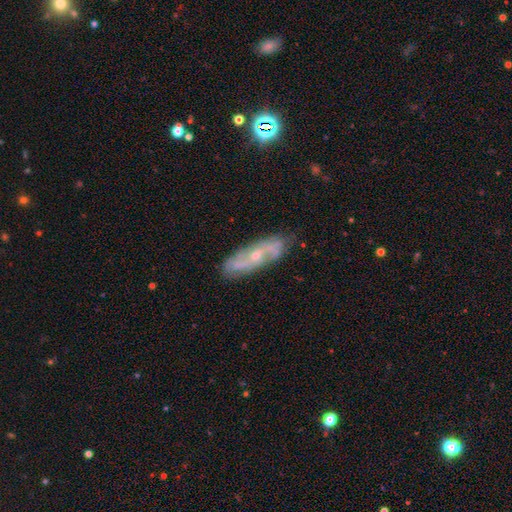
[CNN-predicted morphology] Overall: featured or disk (77%). Edge-on disk: no (80%). Bar: no (54%; weak 34%). Spiral arms: yes (89%). Spiral arm count: 2 (77%). Spiral winding: medium (41%; loose 37%). Bulge size: small (65%; moderate 31%). Merging: none (80%).